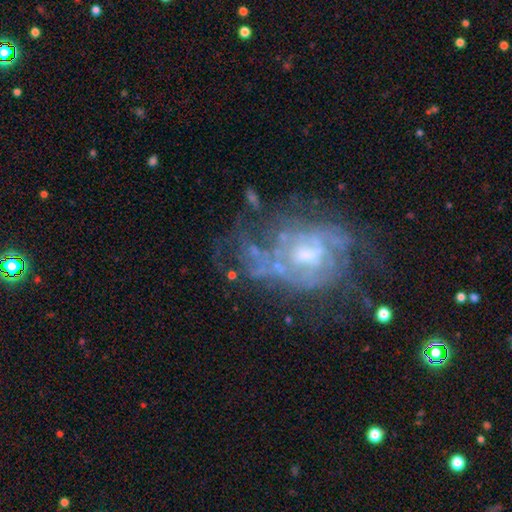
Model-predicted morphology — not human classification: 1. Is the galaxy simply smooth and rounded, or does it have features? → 77% featured or disk, 13% smooth, 11% star or artifact.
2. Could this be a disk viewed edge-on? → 97% no, 3% yes.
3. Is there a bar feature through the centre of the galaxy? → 55% no, 37% weak, 8% strong.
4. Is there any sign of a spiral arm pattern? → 62% yes, 38% no.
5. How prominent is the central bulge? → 48% moderate, 37% small, 9% none, 5% large, 1% dominant.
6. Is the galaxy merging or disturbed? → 44% none, 28% major disturbance, 21% minor disturbance, 7% merger.